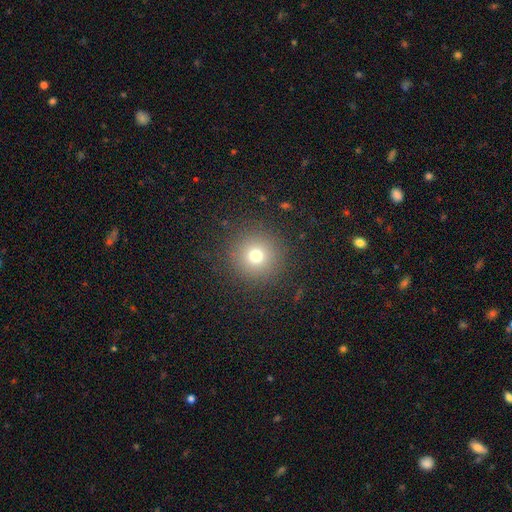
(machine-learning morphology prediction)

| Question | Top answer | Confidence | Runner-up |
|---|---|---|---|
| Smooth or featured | smooth | 74% | star or artifact (16%) |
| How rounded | round | 96% | in between (3%) |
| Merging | none | 89% | minor disturbance (6%) |